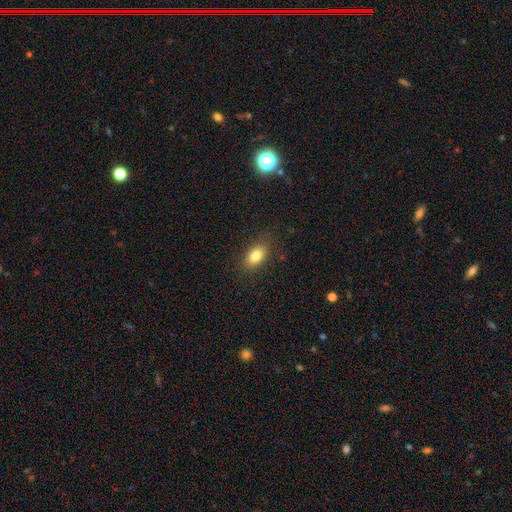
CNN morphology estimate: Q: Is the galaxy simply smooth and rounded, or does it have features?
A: smooth — 83%.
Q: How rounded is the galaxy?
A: in between — 87%.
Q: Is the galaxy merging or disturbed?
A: none — 86%.